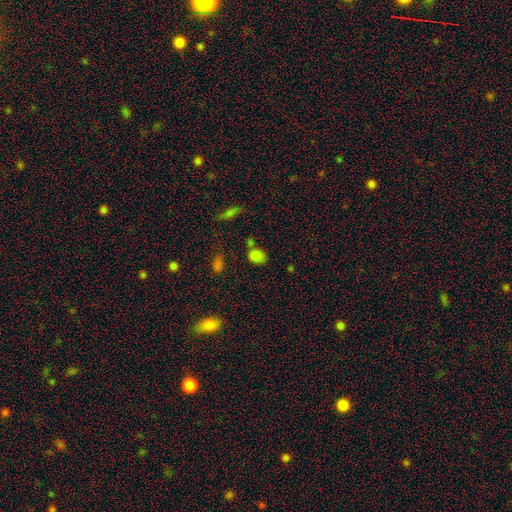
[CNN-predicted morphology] A smooth galaxy with no disk features (77%) that is in between round and cigar-shaped (58%).

Vote fractions:
- Smooth or featured? smooth: 77% / star or artifact: 18% / featured or disk: 5%
- How rounded? in between: 58% / round: 40% / cigar-shaped: 2%
- Merging? none: 64% / minor disturbance: 19% / merger: 11% / major disturbance: 6%